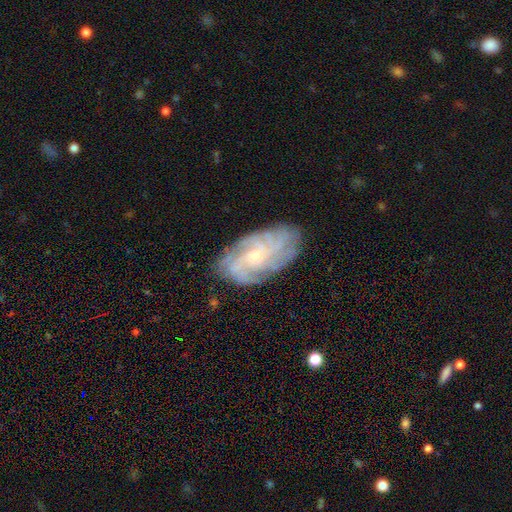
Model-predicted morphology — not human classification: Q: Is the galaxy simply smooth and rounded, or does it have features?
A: featured or disk — 84%.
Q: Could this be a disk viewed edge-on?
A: no — 96%.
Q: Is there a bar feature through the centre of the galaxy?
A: no — 70%.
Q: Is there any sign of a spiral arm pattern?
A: yes — 96%.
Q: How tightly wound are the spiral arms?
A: tight — 57%.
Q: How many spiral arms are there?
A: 4 — 30%.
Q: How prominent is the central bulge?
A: small — 69%.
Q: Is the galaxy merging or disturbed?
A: none — 79%.